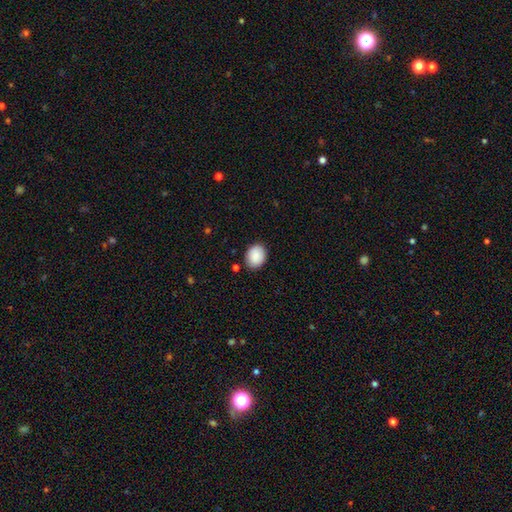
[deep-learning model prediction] The model was most divided on "how rounded": in between: 55%, round: 44%, cigar-shaped: 1%. More confident: smooth or featured — smooth (88%); merging — none (86%).